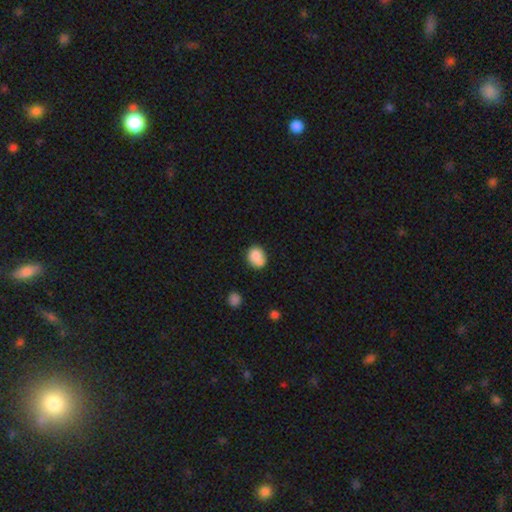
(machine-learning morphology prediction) smooth_or_featured: smooth (p=0.82) [alt: featured or disk p=0.09]
how_rounded: round (p=0.57) [alt: in between p=0.42]
merging: none (p=0.54) [alt: minor disturbance p=0.23]